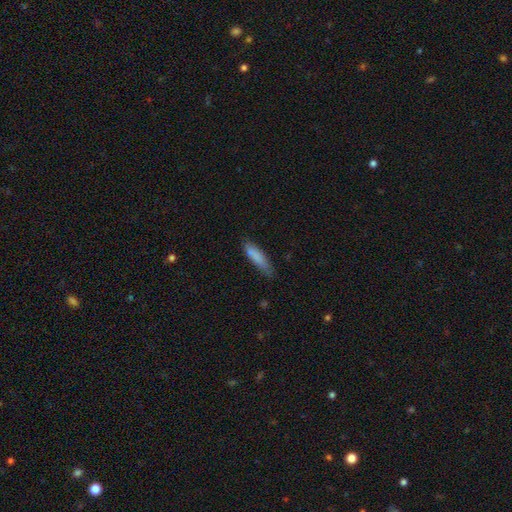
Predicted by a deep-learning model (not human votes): smooth 84%, featured or disk 9%, star or artifact 6%. Down the decision tree: how rounded — cigar-shaped (69%); merging — none (68%).